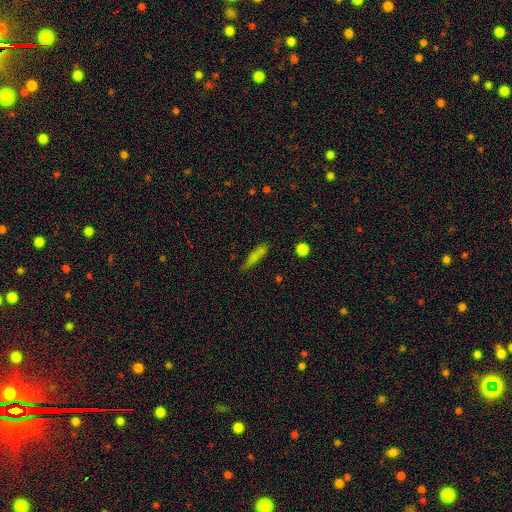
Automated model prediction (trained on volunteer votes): A smooth galaxy with no disk features (71%) that is cigar-shaped (82%). Merging: none (65%).